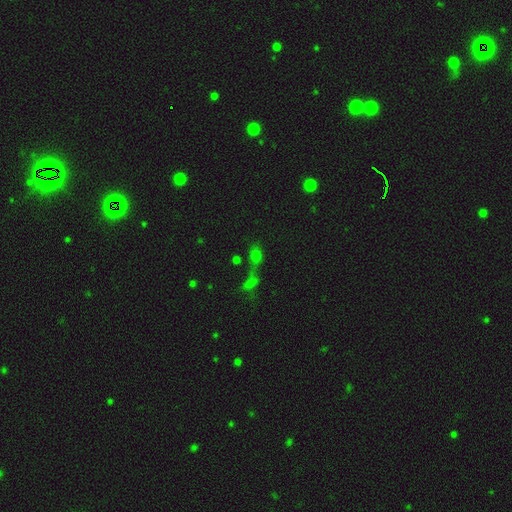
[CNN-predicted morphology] type=smooth (57%); roundness=in between (63%); merging=merger (51%).